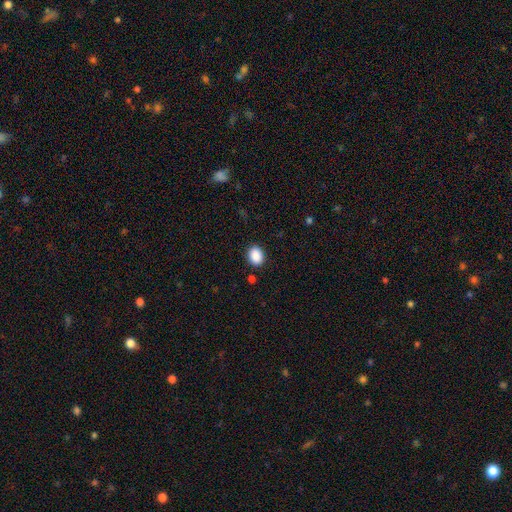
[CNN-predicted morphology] Smooth or featured: smooth — 90% (star or artifact — 8%)
How rounded: in between — 63% (round — 36%)
Merging: none — 88% (minor disturbance — 8%)